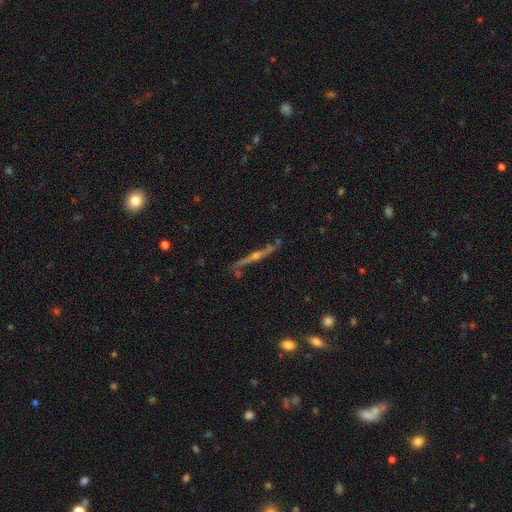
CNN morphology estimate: smooth-or-featured: featured or disk: 71% | smooth: 15% | star or artifact: 14%
  disk-edge-on: yes: 80% | no: 20%
    edge-on-bulge: rounded: 82% | none: 12% | boxy: 6%
  merging: none: 73% | minor disturbance: 16% | major disturbance: 7% | merger: 4%